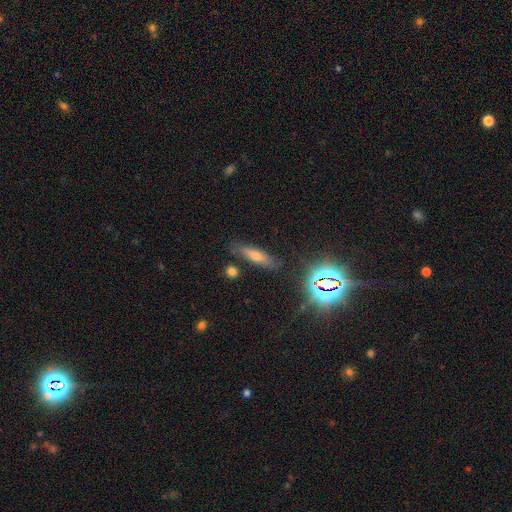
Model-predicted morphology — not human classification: Overall: smooth (41%; star or artifact 32%). Merging: none (82%).